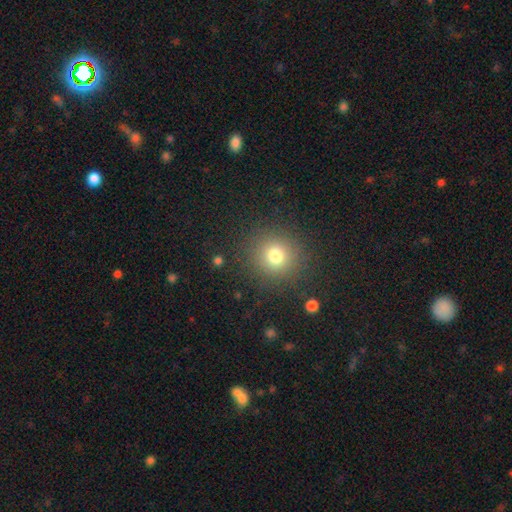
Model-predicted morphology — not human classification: Smooth or featured? Predicted: smooth (p=0.67). How rounded? Predicted: round (p=0.94). Merging? Predicted: none (p=0.92).